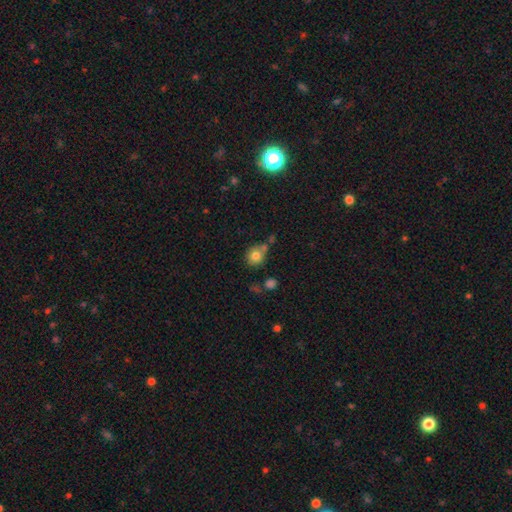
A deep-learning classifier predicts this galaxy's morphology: Q: Smooth or featured?
A: smooth (80%); runner-up: star or artifact (11%)
Q: How rounded?
A: round (83%); runner-up: in between (16%)
Q: Merging?
A: none (61%); runner-up: merger (18%)